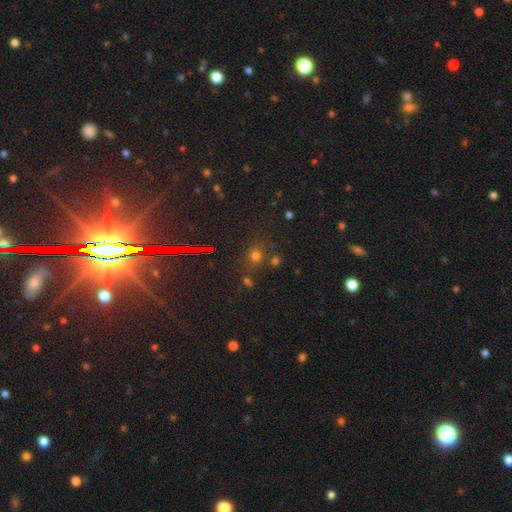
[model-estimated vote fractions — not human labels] Smooth or featured? Predicted: smooth (p=0.61). How rounded? Predicted: round (p=0.83). Merging? Predicted: none (p=0.74).